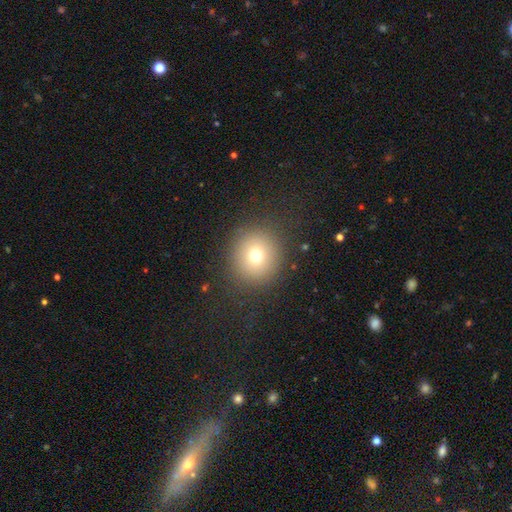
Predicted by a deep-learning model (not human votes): A smooth galaxy with no disk features (72%) that is round (90%).

Vote fractions:
- Smooth or featured? smooth: 72% / star or artifact: 16% / featured or disk: 12%
- How rounded? round: 90% / in between: 9% / cigar-shaped: 1%
- Merging? none: 87% / minor disturbance: 7% / major disturbance: 4% / merger: 1%